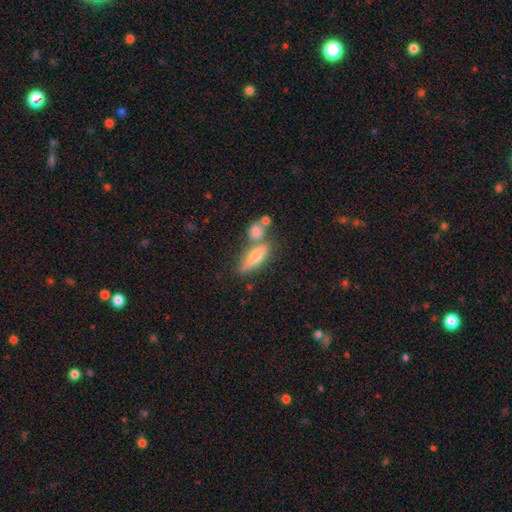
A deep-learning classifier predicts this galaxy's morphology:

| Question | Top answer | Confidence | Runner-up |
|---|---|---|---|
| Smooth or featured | smooth | 58% | featured or disk (34%) |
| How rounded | cigar-shaped | 57% | in between (39%) |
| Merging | none | 50% | merger (29%) |